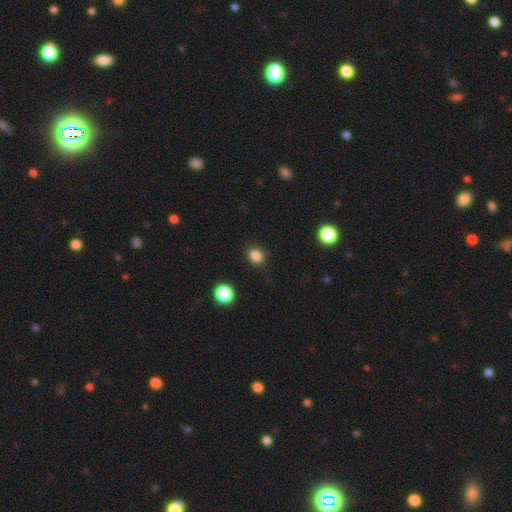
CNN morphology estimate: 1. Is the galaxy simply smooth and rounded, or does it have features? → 84% smooth, 12% star or artifact, 4% featured or disk.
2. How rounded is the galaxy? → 62% round, 37% in between, 1% cigar-shaped.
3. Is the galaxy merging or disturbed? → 86% none, 10% minor disturbance, 3% major disturbance, 1% merger.